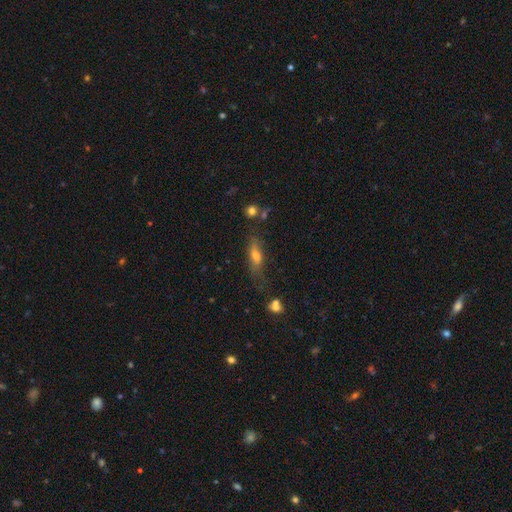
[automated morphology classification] A smooth galaxy with no disk features (61%) that is in between round and cigar-shaped (53%).

Vote fractions:
- Smooth or featured? smooth: 61% / featured or disk: 29% / star or artifact: 11%
- How rounded? in between: 53% / cigar-shaped: 43% / round: 4%
- Merging? none: 60% / minor disturbance: 23% / major disturbance: 11% / merger: 6%